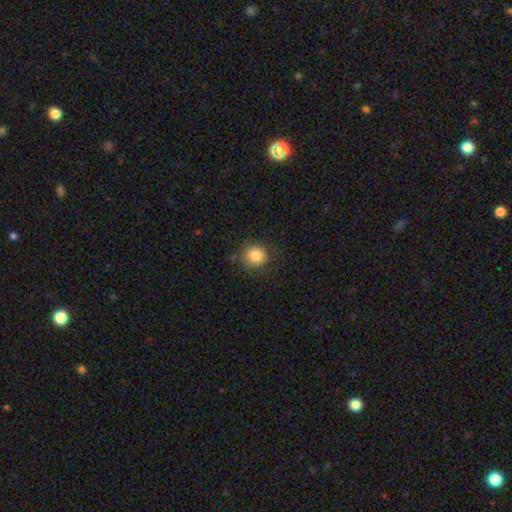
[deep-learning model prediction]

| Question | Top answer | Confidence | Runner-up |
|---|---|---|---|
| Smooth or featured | smooth | 83% | star or artifact (10%) |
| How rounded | round | 86% | in between (13%) |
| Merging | none | 81% | minor disturbance (14%) |